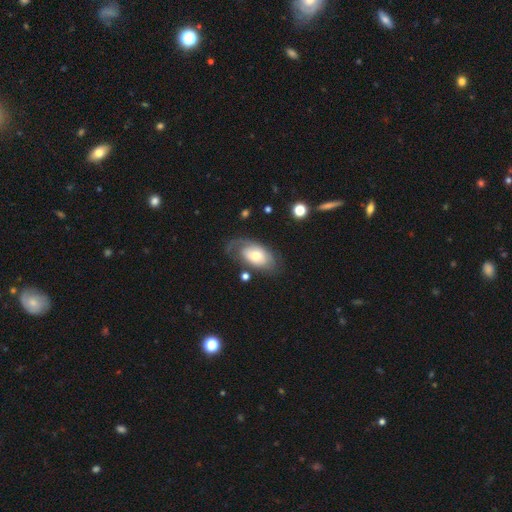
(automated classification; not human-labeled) This is possibly a featured or disk galaxy (56%). It is clearly not viewed edge-on (92%). Bar: likely no (76%). Spiral arm pattern: likely yes (73%). Central bulge: possibly moderate (59%). Merging: possibly none (53%).